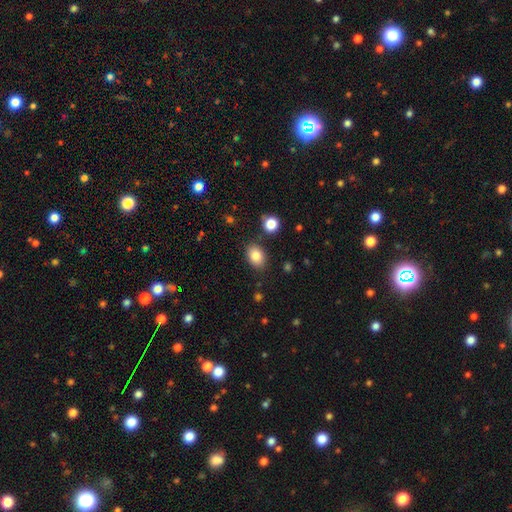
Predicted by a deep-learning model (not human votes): Morphology: type=smooth (83%); roundness=in between (75%); merging=none (83%).